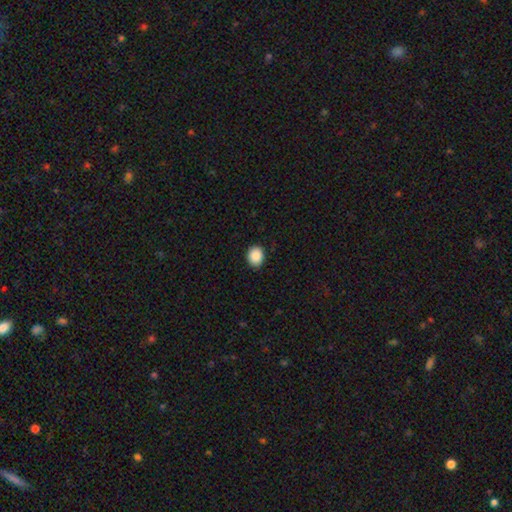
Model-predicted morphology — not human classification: Smooth or featured?
  - smooth: 89% *
  - star or artifact: 8%
  - featured or disk: 3%
How rounded?
  - round: 60% *
  - in between: 39%
  - cigar-shaped: 1%
Merging?
  - none: 89% *
  - minor disturbance: 8%
  - major disturbance: 2%
  - merger: 1%